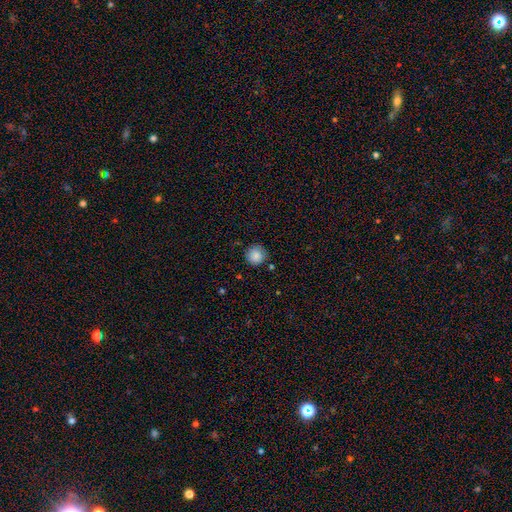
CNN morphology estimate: smooth 87%, star or artifact 9%, featured or disk 4%. Down the decision tree: how rounded — round (95%); merging — none (84%).